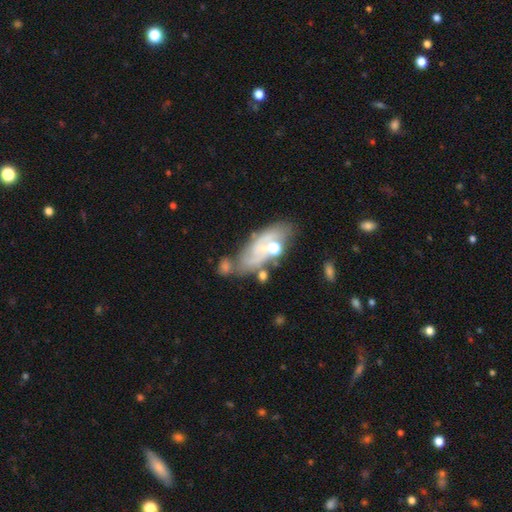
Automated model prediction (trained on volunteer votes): The model was most divided on "bulge size": small: 51%, moderate: 33%, none: 10%, large: 4%, dominant: 2%. Remaining: edge-on disk — no (91%); spiral arms — yes (80%); bar — no (68%); smooth or featured — featured or disk (66%); merging — none (49%).